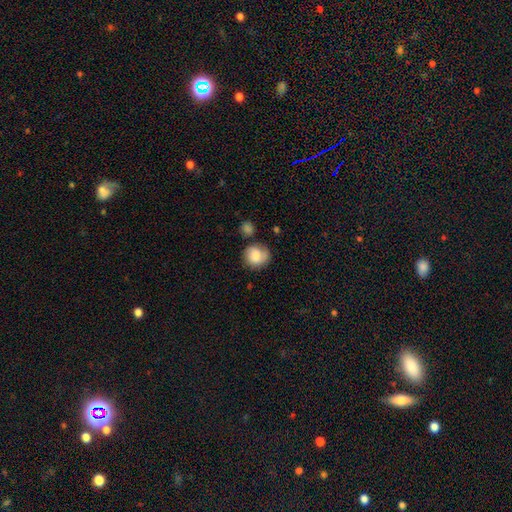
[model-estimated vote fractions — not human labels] This is likely a smooth galaxy (70%). How rounded: clearly round (81%). Merging: possibly none (60%).